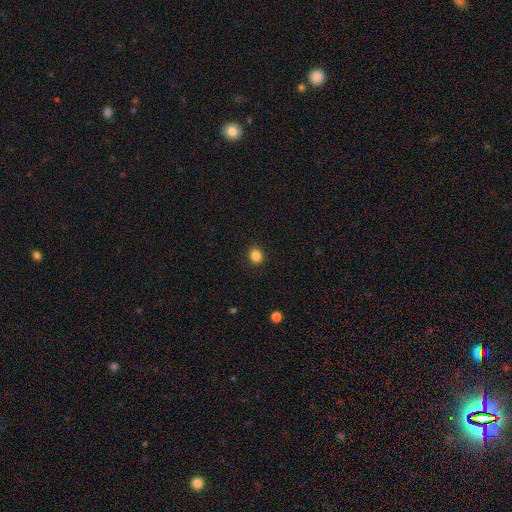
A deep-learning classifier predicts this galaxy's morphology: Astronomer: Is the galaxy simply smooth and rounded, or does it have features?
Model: smooth — 85%.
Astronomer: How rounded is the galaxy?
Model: round — 74%.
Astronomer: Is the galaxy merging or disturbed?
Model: none — 91%.